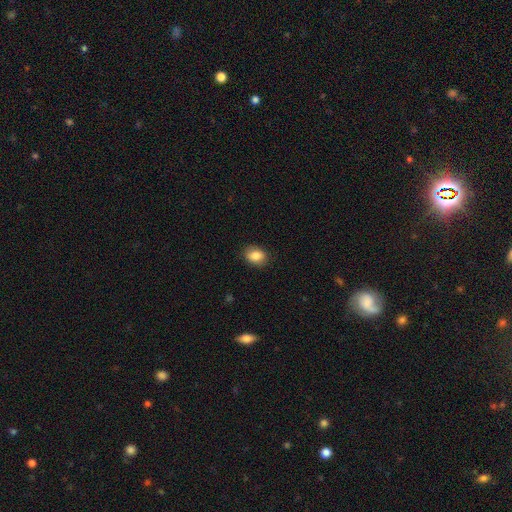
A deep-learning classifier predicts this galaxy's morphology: Smooth or featured: smooth — 85% (star or artifact — 8%)
How rounded: in between — 67% (round — 32%)
Merging: none — 85% (minor disturbance — 11%)